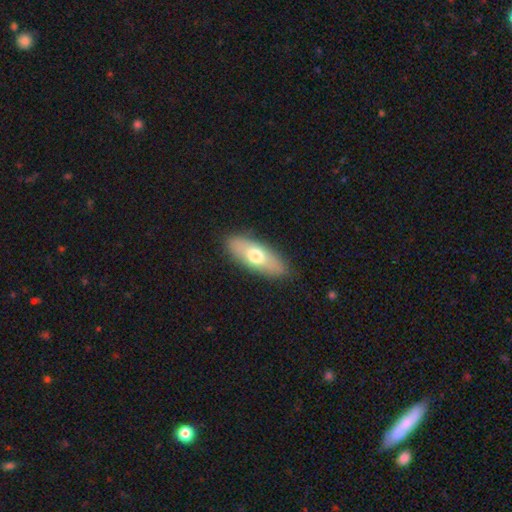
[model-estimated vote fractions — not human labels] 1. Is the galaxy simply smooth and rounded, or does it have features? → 65% smooth, 29% featured or disk, 6% star or artifact.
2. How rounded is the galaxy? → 74% in between, 23% cigar-shaped, 3% round.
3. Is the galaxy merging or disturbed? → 86% none, 10% minor disturbance, 3% major disturbance, 1% merger.